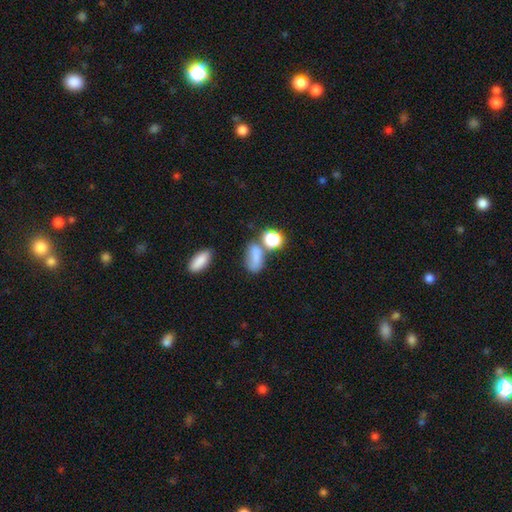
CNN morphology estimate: Smooth or featured? Predicted: smooth (p=0.75). How rounded? Predicted: in between (p=0.79). Merging? Predicted: none (p=0.41).